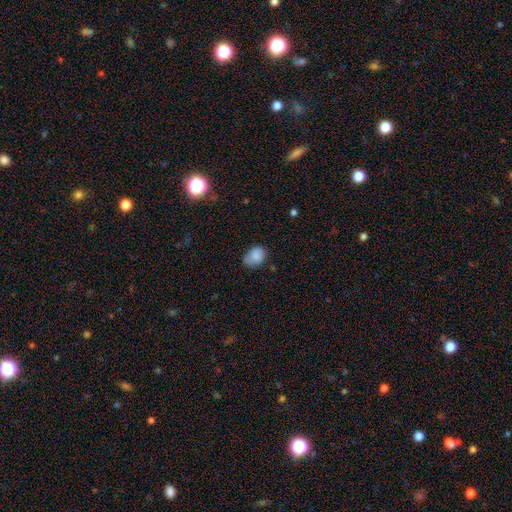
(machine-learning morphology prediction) Smooth or featured: smooth — 83% (star or artifact — 9%)
How rounded: in between — 59% (round — 40%)
Merging: none — 58% (minor disturbance — 31%)